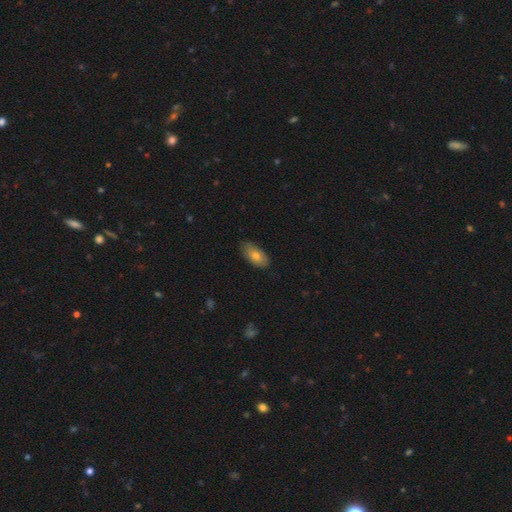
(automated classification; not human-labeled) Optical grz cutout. It shows a smooth galaxy with no disk features (74%) that is in between round and cigar-shaped (91%). Merging: none (81%).